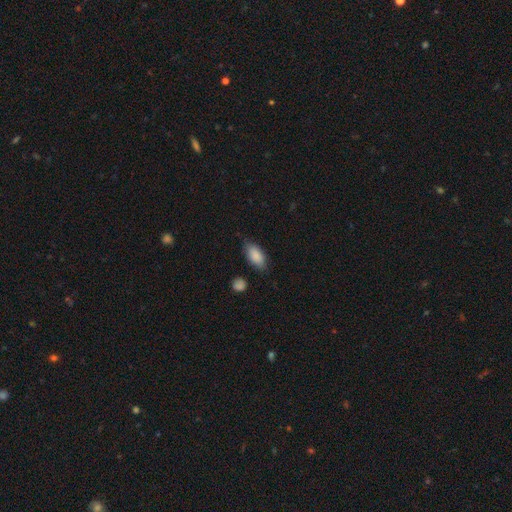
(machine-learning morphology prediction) The model was most divided on "merging": none: 75%, minor disturbance: 19%, major disturbance: 4%, merger: 2%. More confident: how rounded — in between (89%); smooth or featured — smooth (87%).